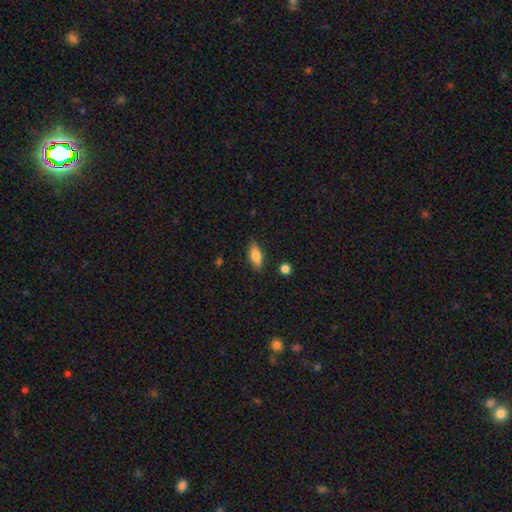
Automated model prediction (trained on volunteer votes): smooth 73%, featured or disk 20%, star or artifact 7%. Down the decision tree: how rounded — in between (71%); merging — none (84%).